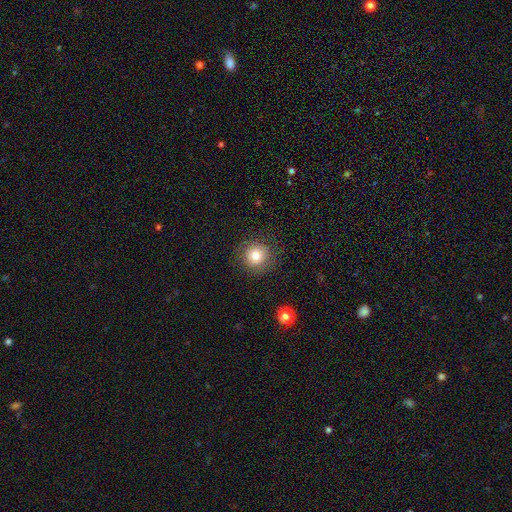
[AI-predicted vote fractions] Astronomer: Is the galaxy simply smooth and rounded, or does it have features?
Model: smooth — 79%.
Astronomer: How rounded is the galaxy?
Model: round — 93%.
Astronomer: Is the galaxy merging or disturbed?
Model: none — 85%.